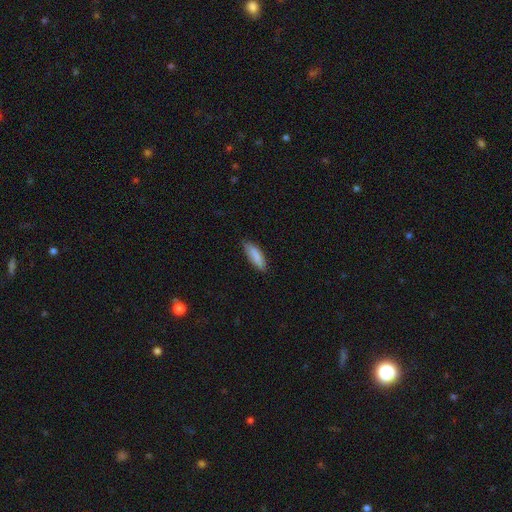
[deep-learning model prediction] Overall: smooth (85%). How rounded: cigar-shaped (50%; in between 49%). Merging: none (79%).